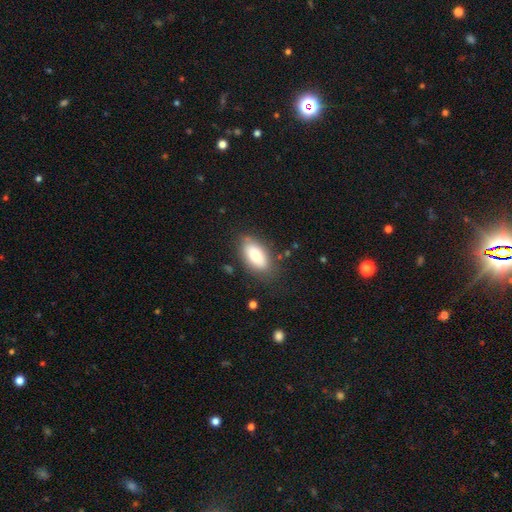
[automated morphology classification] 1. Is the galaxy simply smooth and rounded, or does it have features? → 75% smooth, 18% featured or disk, 7% star or artifact.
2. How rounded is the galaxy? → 91% in between, 5% cigar-shaped, 3% round.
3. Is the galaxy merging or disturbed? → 78% none, 16% minor disturbance, 5% major disturbance, 2% merger.